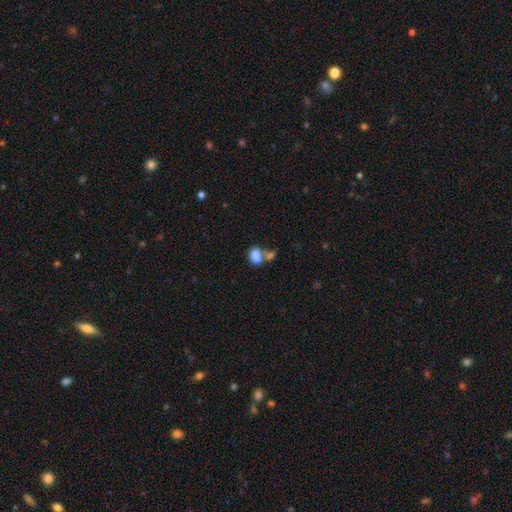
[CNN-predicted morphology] Smooth or featured? Predicted: smooth (p=0.81). How rounded? Predicted: in between (p=0.79). Merging? Predicted: merger (p=0.55).